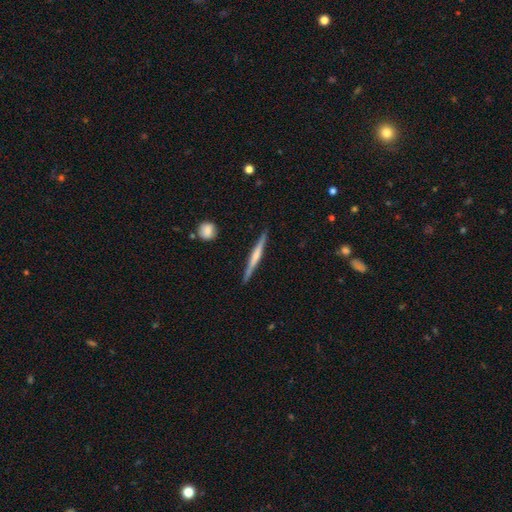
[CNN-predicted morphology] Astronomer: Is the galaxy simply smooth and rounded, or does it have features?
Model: featured or disk — 61%.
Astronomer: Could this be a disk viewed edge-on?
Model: yes — 98%.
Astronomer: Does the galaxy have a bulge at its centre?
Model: rounded — 43% (runner-up: none, 33%).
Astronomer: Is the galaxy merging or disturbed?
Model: none — 89%.